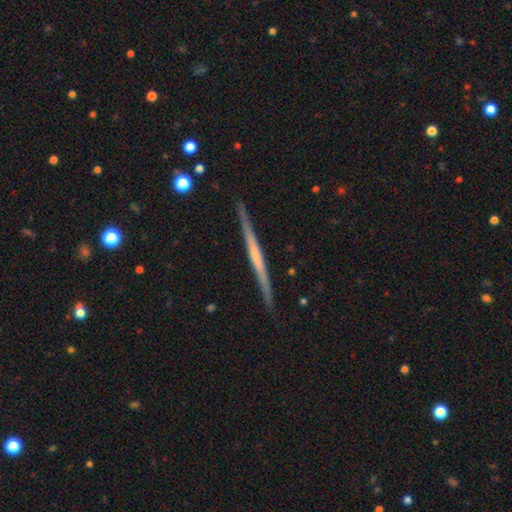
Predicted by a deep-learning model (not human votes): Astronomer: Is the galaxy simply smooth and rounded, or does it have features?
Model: featured or disk — 66%.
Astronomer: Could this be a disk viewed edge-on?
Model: yes — 98%.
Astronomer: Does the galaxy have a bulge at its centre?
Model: none — 77%.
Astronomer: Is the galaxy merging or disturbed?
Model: none — 91%.